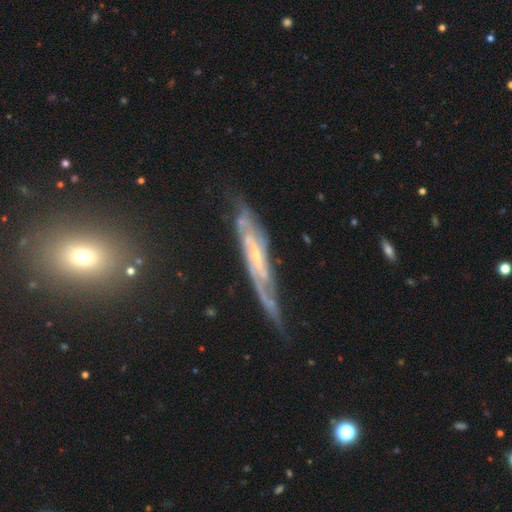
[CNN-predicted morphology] Smooth or featured?
  - featured or disk: 82% *
  - smooth: 11%
  - star or artifact: 8%
Edge-on disk?
  - no: 58% *
  - yes: 42%
Merging?
  - none: 61% *
  - minor disturbance: 25%
  - major disturbance: 11%
  - merger: 3%